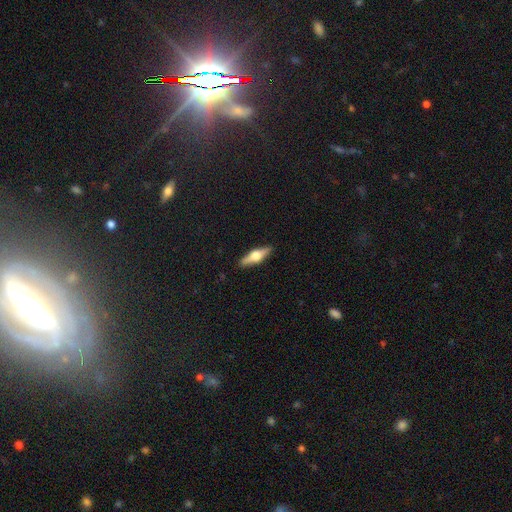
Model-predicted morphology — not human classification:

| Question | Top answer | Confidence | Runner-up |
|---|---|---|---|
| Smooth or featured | featured or disk | 63% | smooth (31%) |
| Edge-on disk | yes | 96% | no (4%) |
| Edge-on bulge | rounded | 95% | boxy (4%) |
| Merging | none | 90% | minor disturbance (7%) |